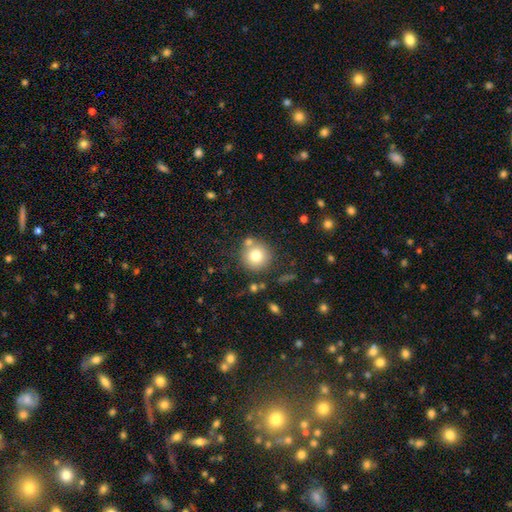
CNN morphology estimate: A smooth galaxy with no disk features (77%) that is round (94%).

Vote fractions:
- Smooth or featured? smooth: 77% / featured or disk: 13% / star or artifact: 11%
- How rounded? round: 94% / in between: 5% / cigar-shaped: 1%
- Merging? none: 74% / merger: 13% / minor disturbance: 10% / major disturbance: 3%